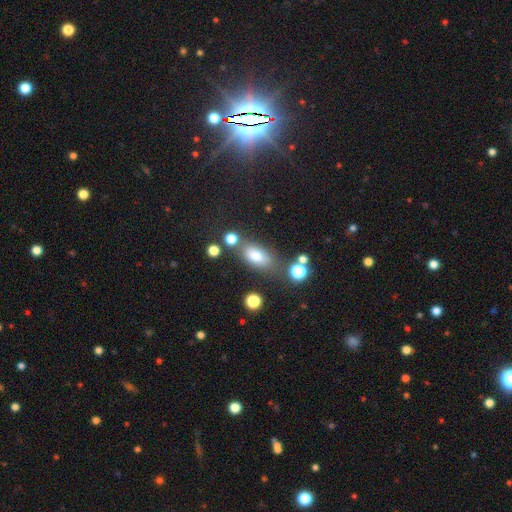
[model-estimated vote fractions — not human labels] smooth-or-featured: smooth: 75% | featured or disk: 13% | star or artifact: 12%
  how-rounded: in between: 81% | round: 12% | cigar-shaped: 7%
  merging: none: 65% | minor disturbance: 16% | merger: 12% | major disturbance: 7%